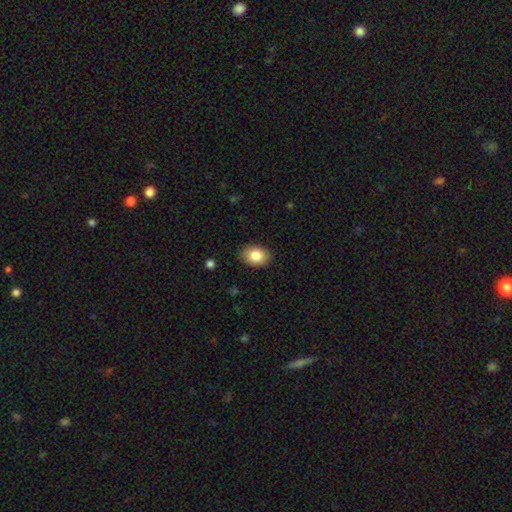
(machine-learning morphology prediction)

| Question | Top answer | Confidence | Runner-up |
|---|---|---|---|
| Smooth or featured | smooth | 85% | star or artifact (8%) |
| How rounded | in between | 74% | round (26%) |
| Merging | none | 87% | minor disturbance (10%) |